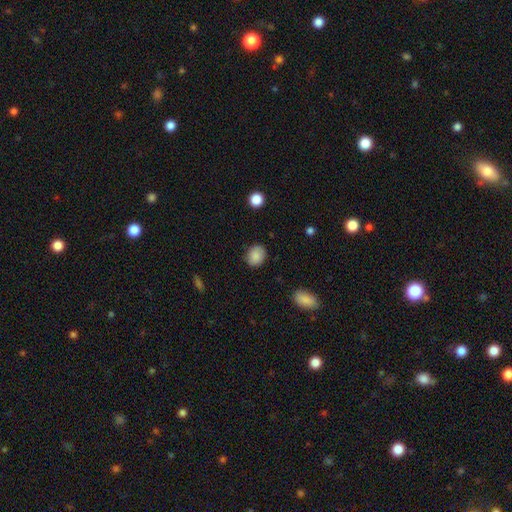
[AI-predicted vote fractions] Smooth or featured: smooth — 88% (star or artifact — 8%)
How rounded: round — 52% (in between — 47%)
Merging: none — 85% (minor disturbance — 11%)